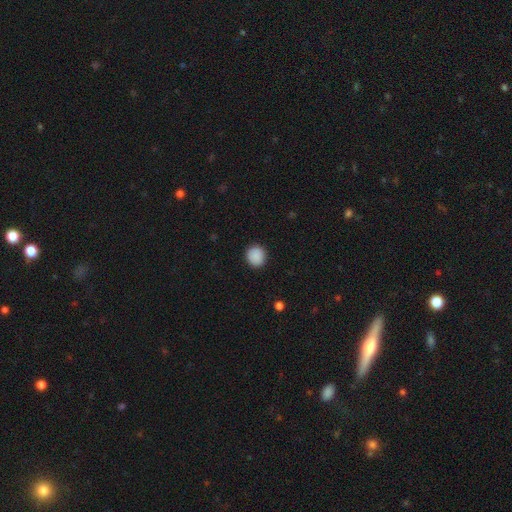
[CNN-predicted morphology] smooth 89%, star or artifact 8%, featured or disk 3%. Down the decision tree: how rounded — round (88%); merging — none (90%).